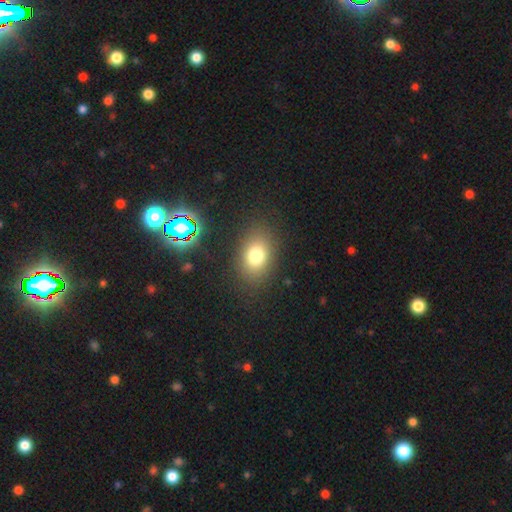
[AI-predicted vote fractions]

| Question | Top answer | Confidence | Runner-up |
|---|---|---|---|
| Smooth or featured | smooth | 76% | star or artifact (14%) |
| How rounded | in between | 71% | round (28%) |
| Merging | none | 84% | minor disturbance (10%) |